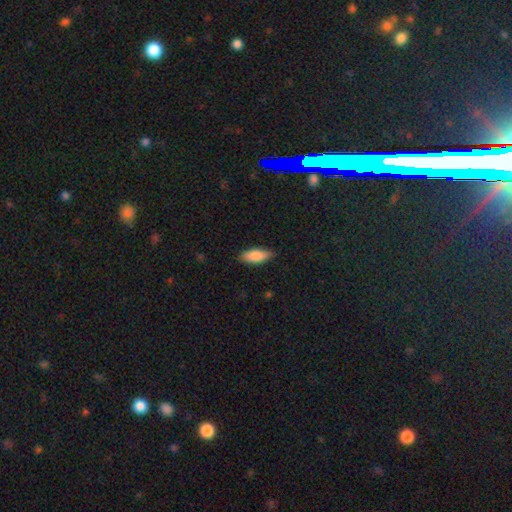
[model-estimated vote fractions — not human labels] A smooth galaxy with no disk features (86%) that is in between round and cigar-shaped (79%). Merging: none (83%).